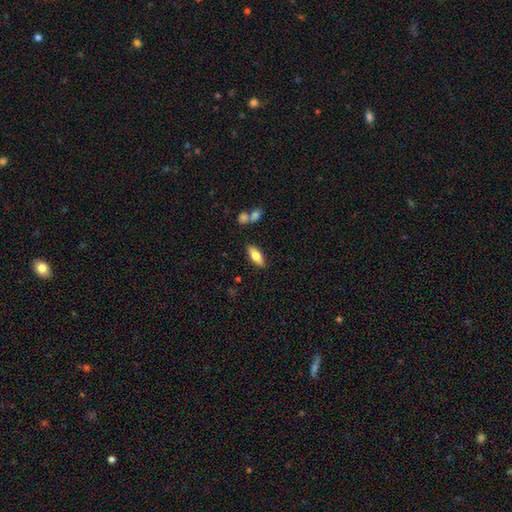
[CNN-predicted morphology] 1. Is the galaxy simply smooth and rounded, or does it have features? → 72% smooth, 21% featured or disk, 7% star or artifact.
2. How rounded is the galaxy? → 71% in between, 26% cigar-shaped, 2% round.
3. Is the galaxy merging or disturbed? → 83% none, 11% minor disturbance, 4% merger, 3% major disturbance.